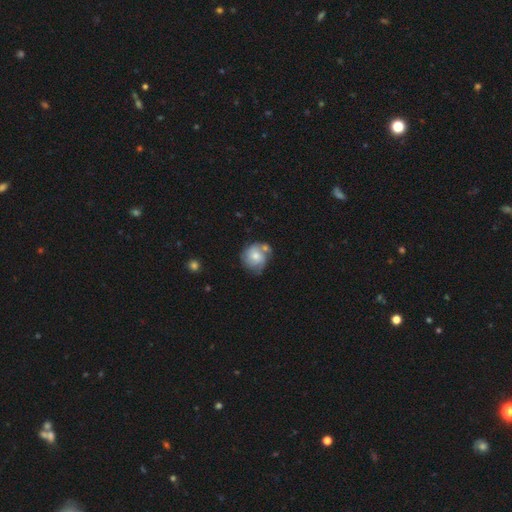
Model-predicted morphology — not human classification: smooth-or-featured: smooth: 49% | featured or disk: 43% | star or artifact: 7%
  merging: none: 49% | minor disturbance: 22% | merger: 20% | major disturbance: 8%